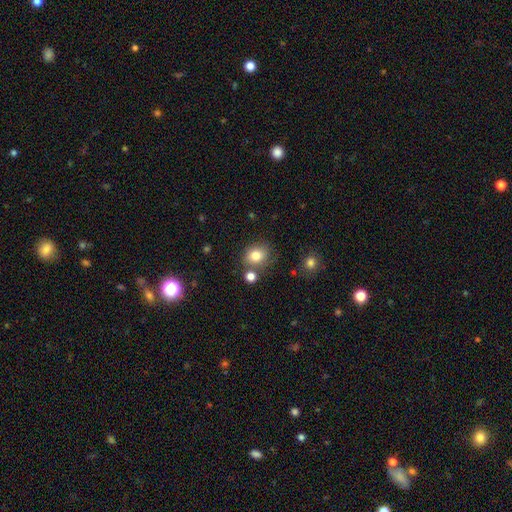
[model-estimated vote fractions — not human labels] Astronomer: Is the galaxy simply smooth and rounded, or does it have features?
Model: smooth — 80%.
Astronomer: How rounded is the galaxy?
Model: round — 64%.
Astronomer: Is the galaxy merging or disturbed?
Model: none — 69%.